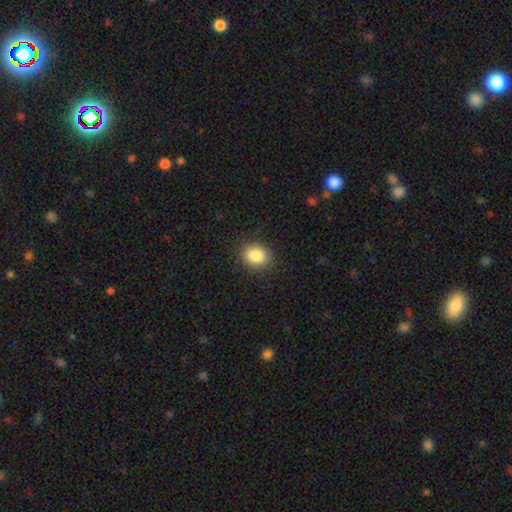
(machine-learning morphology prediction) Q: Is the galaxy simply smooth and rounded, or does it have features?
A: smooth — 85%.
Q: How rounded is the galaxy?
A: in between — 51%.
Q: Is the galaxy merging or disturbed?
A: none — 88%.